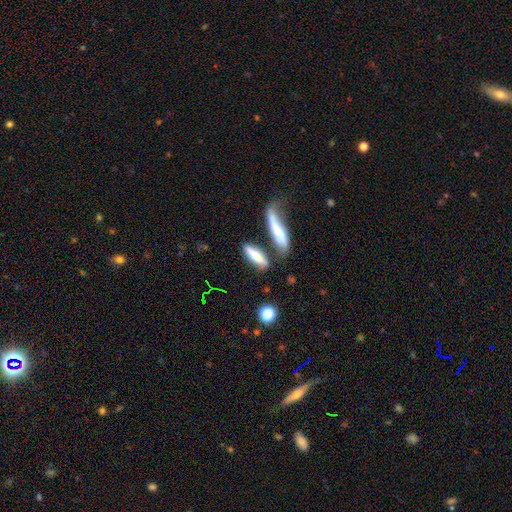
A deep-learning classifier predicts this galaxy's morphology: smooth_or_featured: smooth (p=0.68) [alt: featured or disk p=0.24]
how_rounded: cigar-shaped (p=0.65) [alt: in between p=0.32]
merging: none (p=0.54) [alt: merger p=0.22]